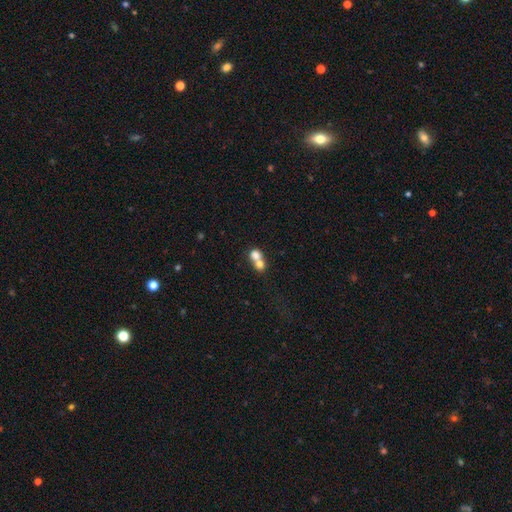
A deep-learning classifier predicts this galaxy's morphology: Smooth or featured? smooth (73%)
How rounded? round (68%)
Merging? merger (70%)